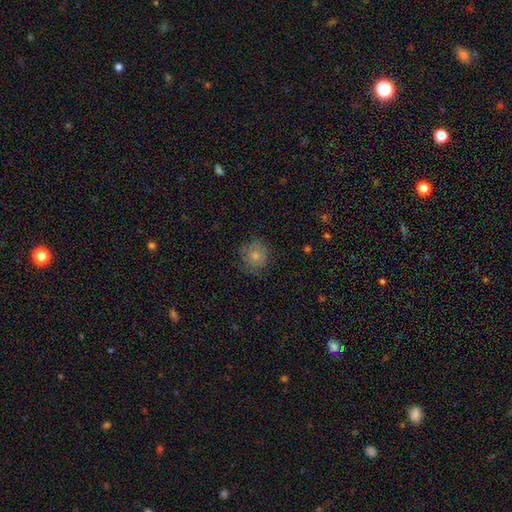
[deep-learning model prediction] The model was most divided on "smooth or featured": smooth: 75%, featured or disk: 15%, star or artifact: 9%. More confident: how rounded — round (91%); merging — none (77%).